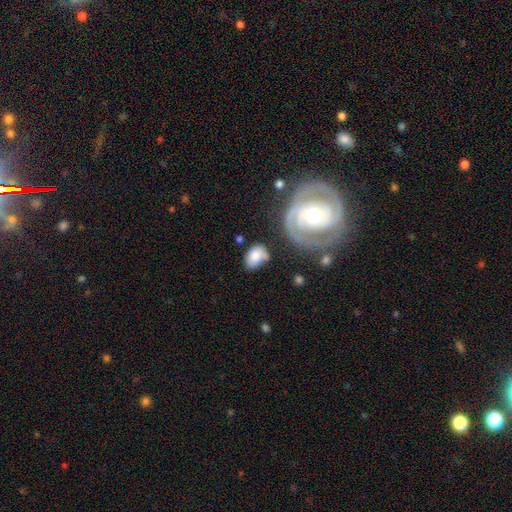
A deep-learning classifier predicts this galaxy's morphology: The model was most divided on "merging": none: 46%, minor disturbance: 26%, merger: 15%, major disturbance: 13%. More confident: how rounded — in between (79%); smooth or featured — smooth (69%).